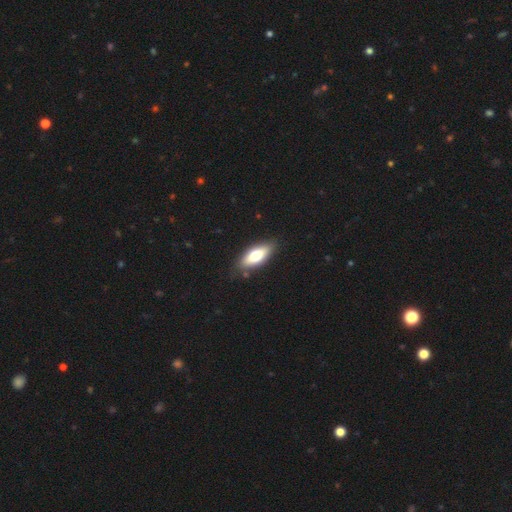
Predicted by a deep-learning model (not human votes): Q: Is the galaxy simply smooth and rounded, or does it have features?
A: smooth — 66%.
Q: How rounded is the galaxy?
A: in between — 72%.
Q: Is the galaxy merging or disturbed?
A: none — 84%.